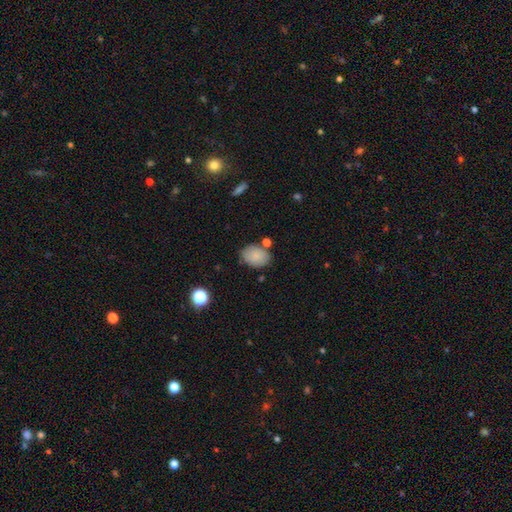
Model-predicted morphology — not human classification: smooth 80%, featured or disk 12%, star or artifact 8%. Down the decision tree: how rounded — in between (73%); merging — none (74%).